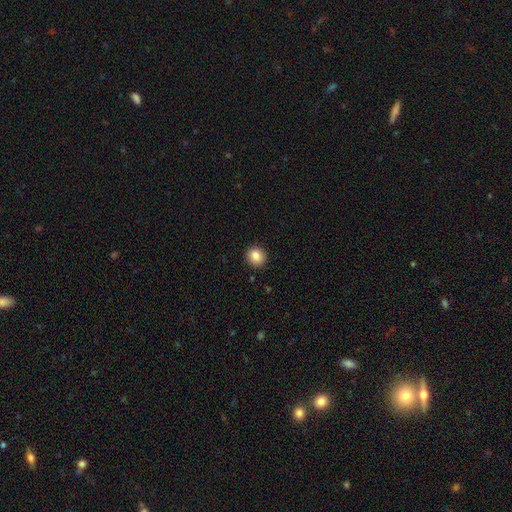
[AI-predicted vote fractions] smooth-or-featured: smooth: 85% | star or artifact: 9% | featured or disk: 5%
  how-rounded: round: 86% | in between: 13% | cigar-shaped: 1%
  merging: none: 92% | minor disturbance: 6% | major disturbance: 2% | merger: 1%